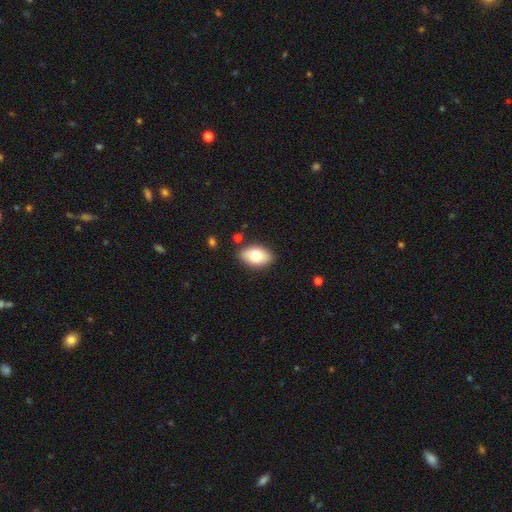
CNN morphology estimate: A smooth galaxy with no disk features (76%) that is in between round and cigar-shaped (90%). Merging: none (85%).